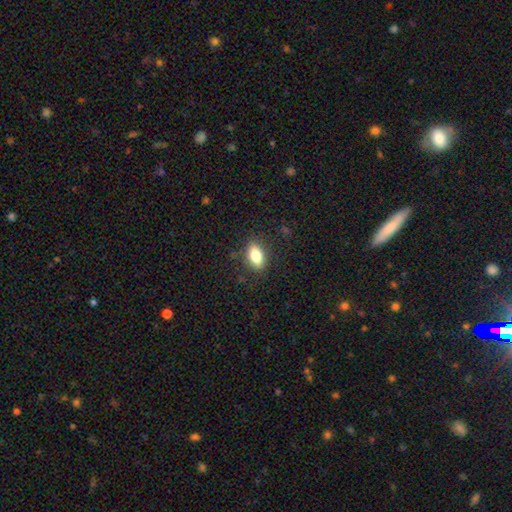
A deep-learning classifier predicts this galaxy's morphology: Smooth or featured? Predicted: smooth (p=0.79). How rounded? Predicted: in between (p=0.85). Merging? Predicted: none (p=0.85).